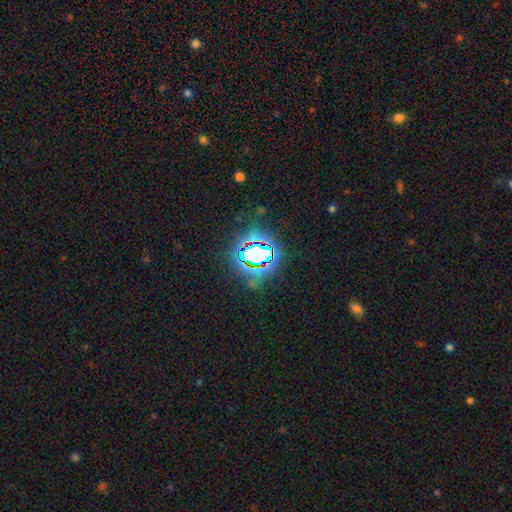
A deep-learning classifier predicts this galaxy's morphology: This is likely a star or artifact rather than a galaxy (68%).